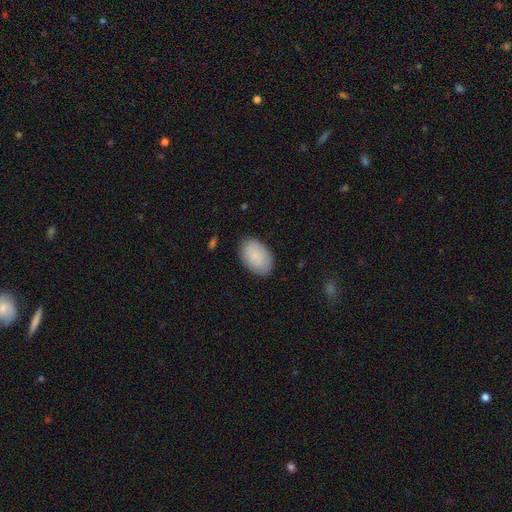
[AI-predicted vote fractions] Smooth or featured?
  - smooth: 86% *
  - featured or disk: 9%
  - star or artifact: 6%
How rounded?
  - in between: 91% *
  - round: 8%
  - cigar-shaped: 1%
Merging?
  - none: 85% *
  - minor disturbance: 11%
  - major disturbance: 2%
  - merger: 1%